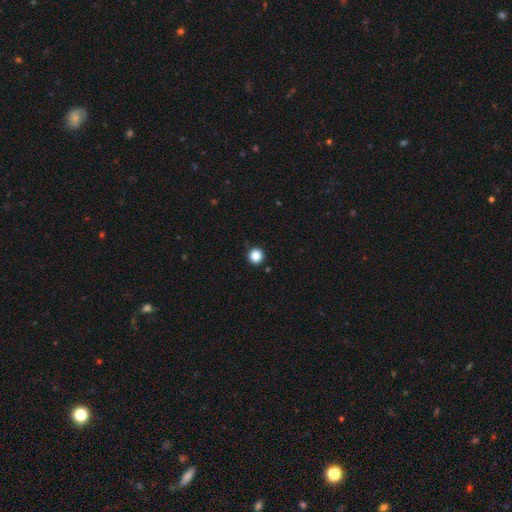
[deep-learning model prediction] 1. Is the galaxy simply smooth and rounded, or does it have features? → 86% smooth, 11% star or artifact, 3% featured or disk.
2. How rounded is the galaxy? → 96% round, 3% in between, 1% cigar-shaped.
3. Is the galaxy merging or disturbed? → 92% none, 5% minor disturbance, 2% major disturbance, 1% merger.